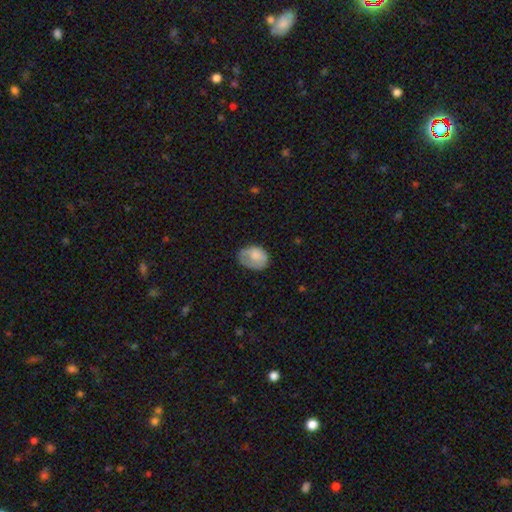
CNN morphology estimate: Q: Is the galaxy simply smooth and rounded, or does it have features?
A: smooth — 71%.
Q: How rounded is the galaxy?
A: in between — 69%.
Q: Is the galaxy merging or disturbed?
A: none — 48%.